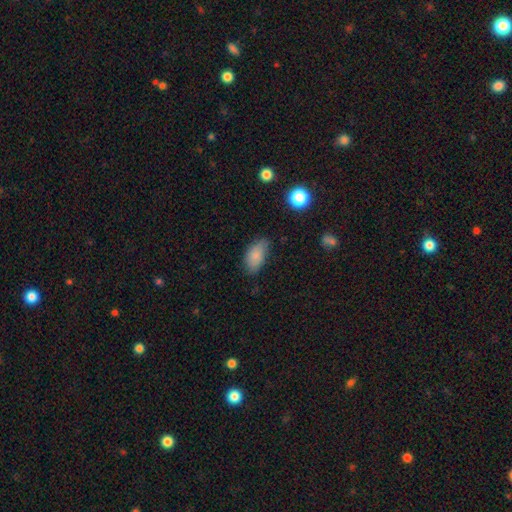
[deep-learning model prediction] Morphology: type=smooth (83%); roundness=in between (93%); merging=none (65%).